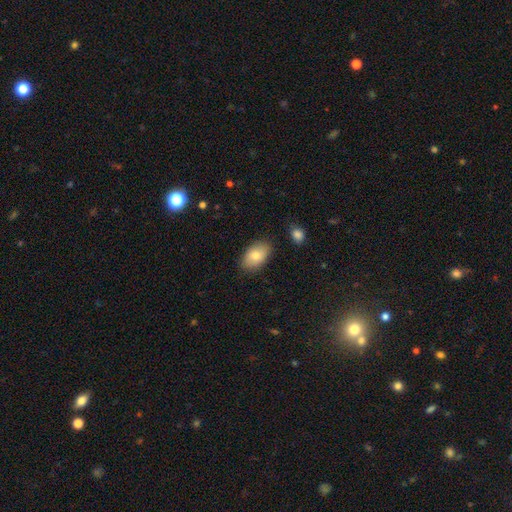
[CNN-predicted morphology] This is clearly a smooth galaxy (81%). How rounded: clearly in between (91%). Merging: clearly none (84%).